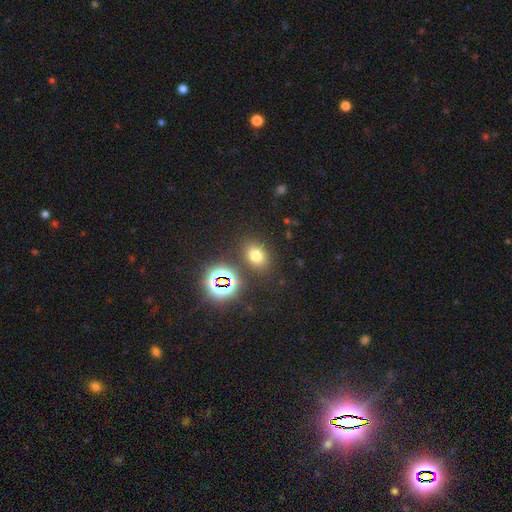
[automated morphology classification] A smooth galaxy with no disk features (67%) that is in between round and cigar-shaped (63%).

Vote fractions:
- Smooth or featured? smooth: 67% / star or artifact: 24% / featured or disk: 9%
- How rounded? in between: 63% / round: 36% / cigar-shaped: 1%
- Merging? none: 82% / minor disturbance: 9% / merger: 5% / major disturbance: 4%